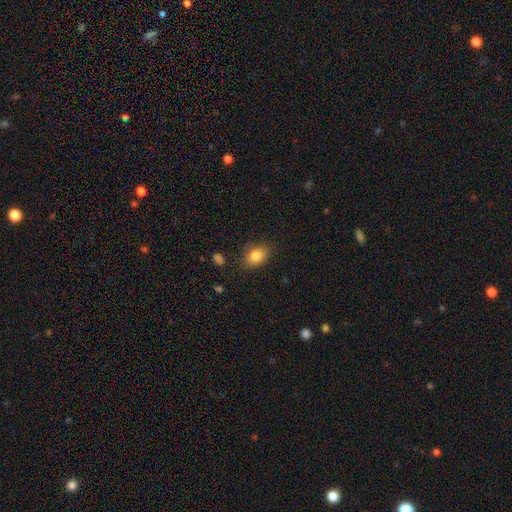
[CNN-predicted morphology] smooth_or_featured: smooth (p=0.83) [alt: star or artifact p=0.09]
how_rounded: in between (p=0.82) [alt: round p=0.16]
merging: none (p=0.81) [alt: minor disturbance p=0.14]